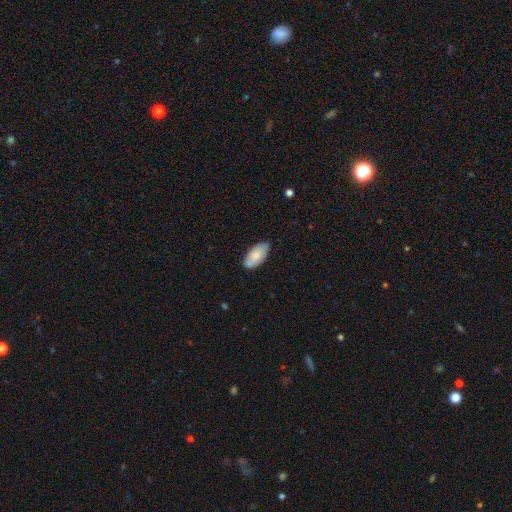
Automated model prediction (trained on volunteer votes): A smooth galaxy with no disk features (77%) that is in between round and cigar-shaped (94%). Merging: none (81%).